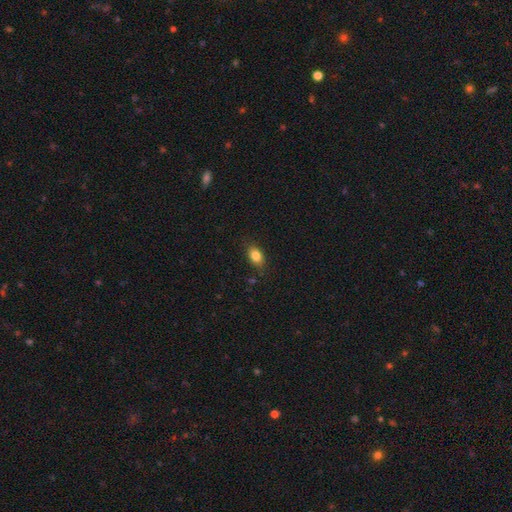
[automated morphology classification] smooth-or-featured: smooth: 84% | star or artifact: 9% | featured or disk: 7%
  how-rounded: in between: 84% | round: 13% | cigar-shaped: 3%
  merging: none: 82% | minor disturbance: 13% | major disturbance: 3% | merger: 1%